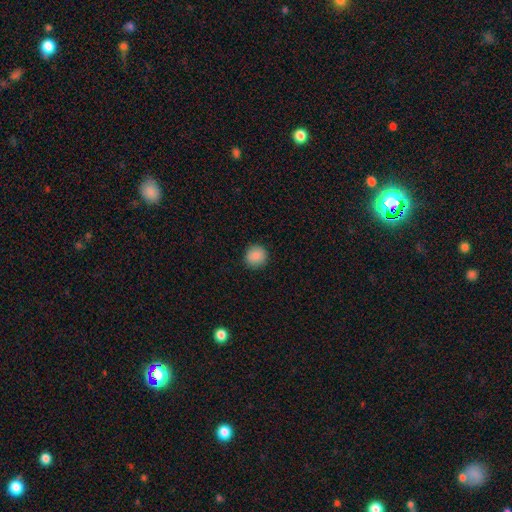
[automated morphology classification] Smooth or featured: smooth — 88% (star or artifact — 9%)
How rounded: round — 93% (in between — 6%)
Merging: none — 91% (minor disturbance — 6%)